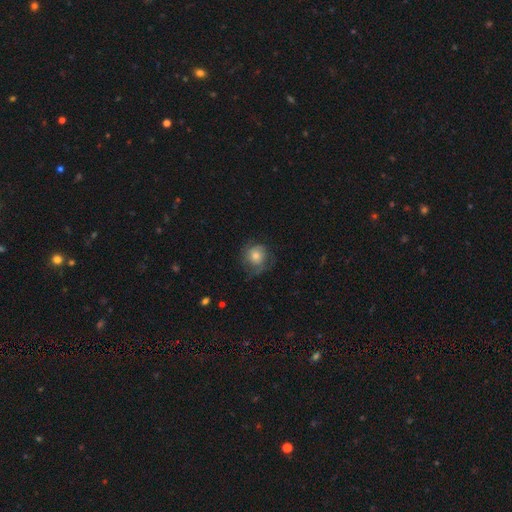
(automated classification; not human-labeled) smooth-or-featured: smooth: 58% | featured or disk: 32% | star or artifact: 10%
  how-rounded: round: 85% | in between: 14% | cigar-shaped: 1%
  merging: none: 63% | minor disturbance: 22% | major disturbance: 14% | merger: 1%